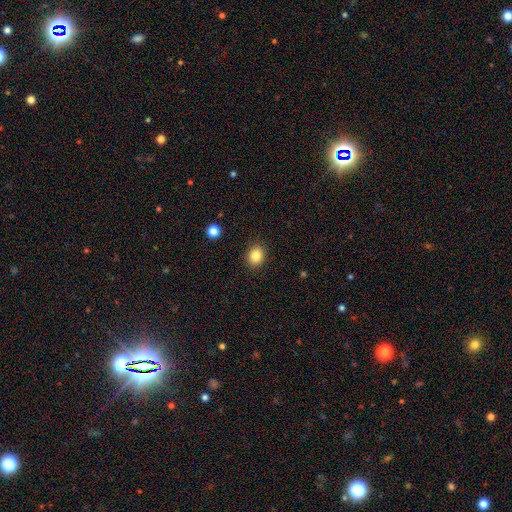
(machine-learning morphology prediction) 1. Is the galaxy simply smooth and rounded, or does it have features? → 85% smooth, 10% star or artifact, 5% featured or disk.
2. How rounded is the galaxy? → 62% round, 37% in between, 1% cigar-shaped.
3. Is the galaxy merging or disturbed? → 89% none, 8% minor disturbance, 2% major disturbance, 1% merger.